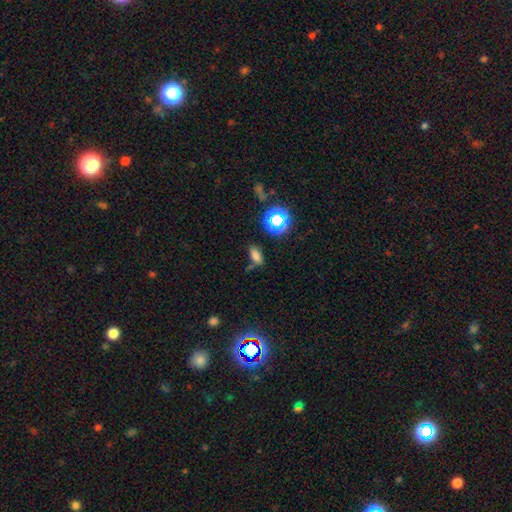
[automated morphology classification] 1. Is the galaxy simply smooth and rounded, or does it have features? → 71% smooth, 21% star or artifact, 8% featured or disk.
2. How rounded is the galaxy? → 83% in between, 10% cigar-shaped, 8% round.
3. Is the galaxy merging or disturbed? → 61% none, 21% minor disturbance, 10% merger, 8% major disturbance.